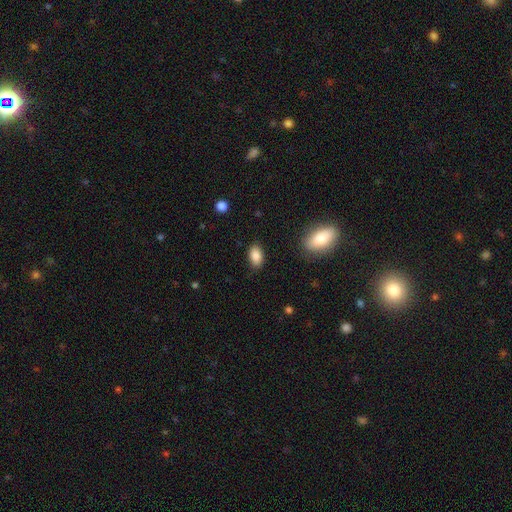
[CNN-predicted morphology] smooth_or_featured: smooth (p=0.87) [alt: star or artifact p=0.08]
how_rounded: in between (p=0.91) [alt: round p=0.07]
merging: none (p=0.85) [alt: minor disturbance p=0.11]